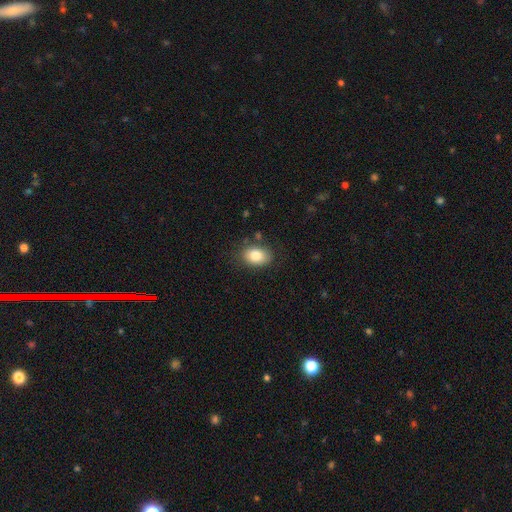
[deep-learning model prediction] A smooth galaxy with no disk features (82%) that is in between round and cigar-shaped (79%).

Vote fractions:
- Smooth or featured? smooth: 82% / featured or disk: 9% / star or artifact: 8%
- How rounded? in between: 79% / round: 20% / cigar-shaped: 1%
- Merging? none: 81% / minor disturbance: 13% / major disturbance: 4% / merger: 2%